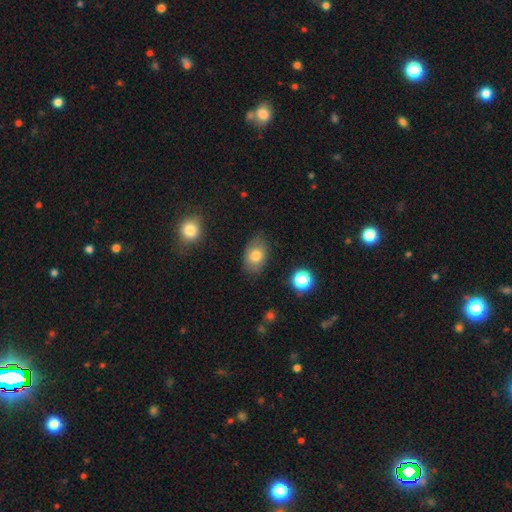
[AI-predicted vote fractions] Smooth or featured? smooth (78%)
How rounded? in between (82%)
Merging? none (79%)